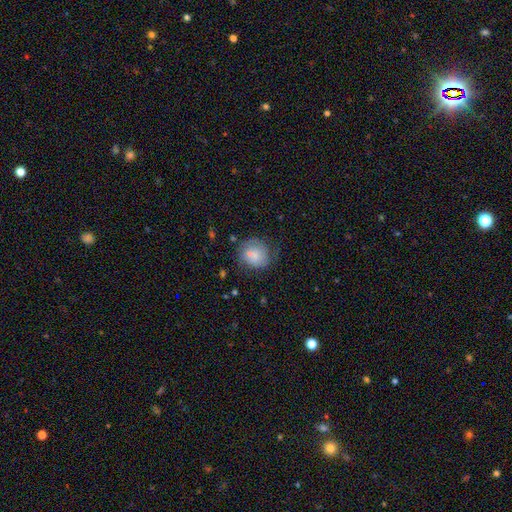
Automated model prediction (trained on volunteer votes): Smooth or featured: smooth — 69% (featured or disk — 23%)
How rounded: round — 77% (in between — 22%)
Merging: none — 50% (minor disturbance — 27%)